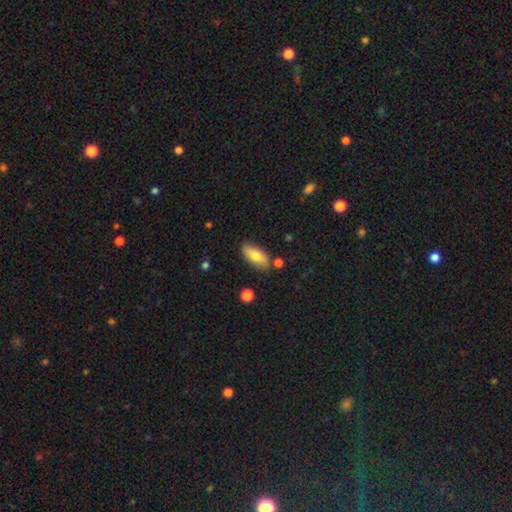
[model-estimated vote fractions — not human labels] smooth_or_featured: smooth (p=0.74) [alt: featured or disk p=0.20]
how_rounded: in between (p=0.77) [alt: cigar-shaped p=0.21]
merging: none (p=0.81) [alt: minor disturbance p=0.13]